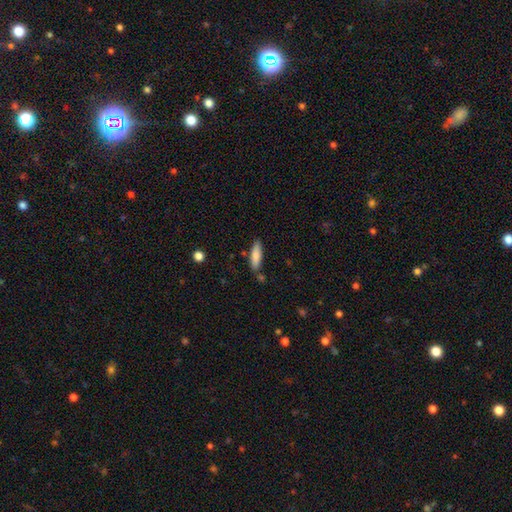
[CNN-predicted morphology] Q: Smooth or featured?
A: smooth (82%); runner-up: featured or disk (11%)
Q: How rounded?
A: cigar-shaped (57%); runner-up: in between (42%)
Q: Merging?
A: none (79%); runner-up: minor disturbance (13%)